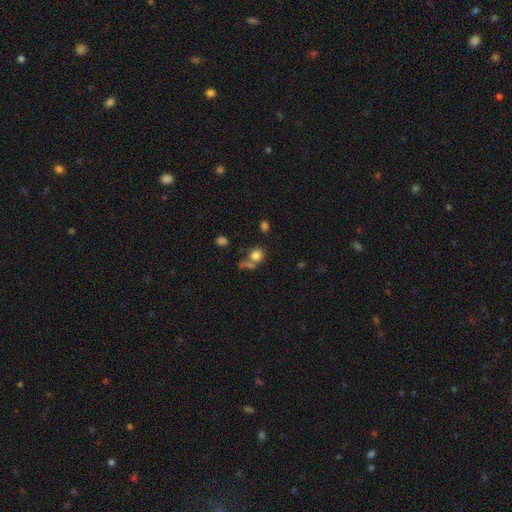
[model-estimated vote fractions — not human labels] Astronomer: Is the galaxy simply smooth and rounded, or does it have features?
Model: smooth — 78%.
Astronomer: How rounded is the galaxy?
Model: round — 74%.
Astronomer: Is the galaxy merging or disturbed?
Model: none — 51% (runner-up: merger, 28%).